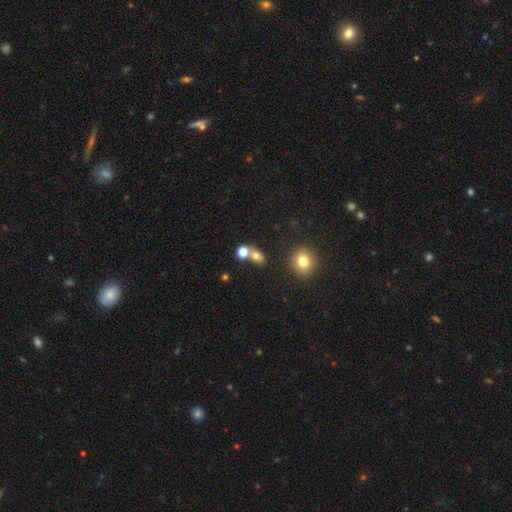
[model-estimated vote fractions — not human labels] A smooth galaxy with no disk features (74%) that is in between round and cigar-shaped (51%). Merging: none (48%).